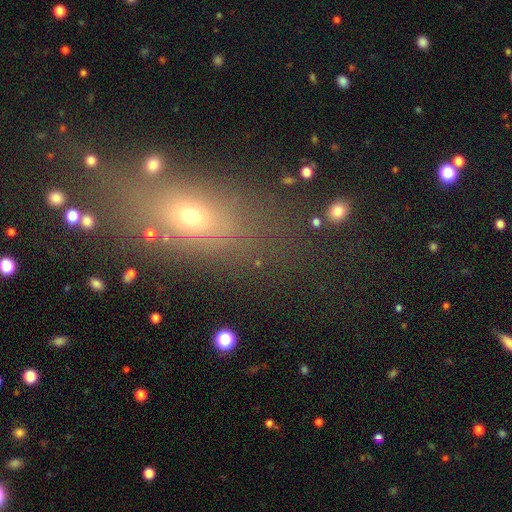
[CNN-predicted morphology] Smooth or featured? smooth (56%)
How rounded? in between (65%)
Merging? none (78%)